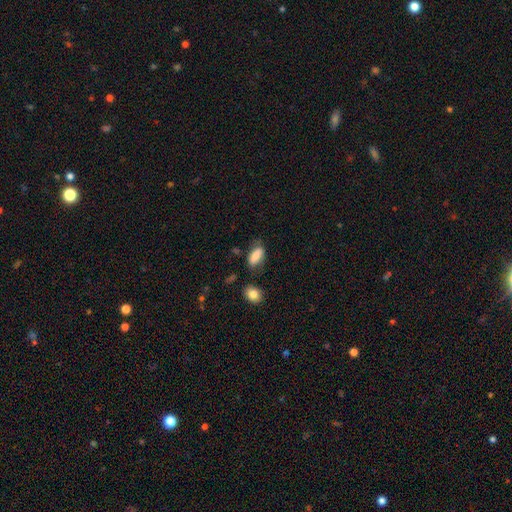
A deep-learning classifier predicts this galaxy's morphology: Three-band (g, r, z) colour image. It shows a smooth galaxy with no disk features (79%) that is in between round and cigar-shaped (87%). Merging: none (66%).